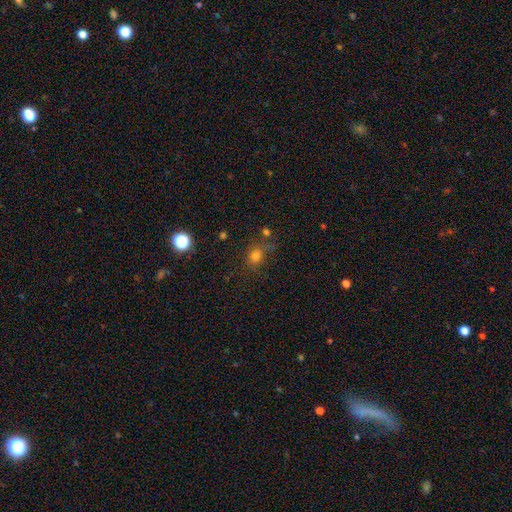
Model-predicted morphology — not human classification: smooth 69%, star or artifact 23%, featured or disk 9%. Down the decision tree: how rounded — round (72%); merging — none (63%).